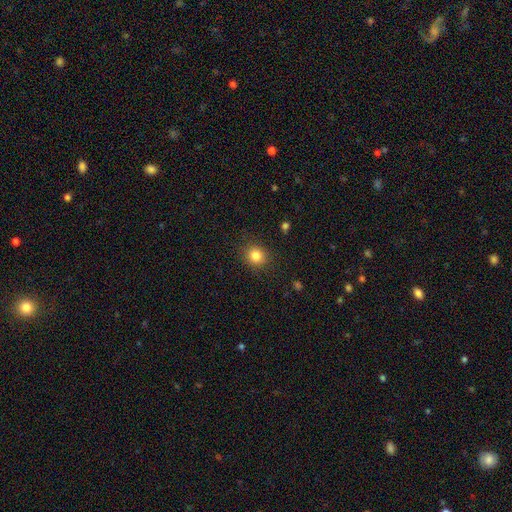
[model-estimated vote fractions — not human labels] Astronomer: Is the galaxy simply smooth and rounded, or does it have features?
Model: smooth — 83%.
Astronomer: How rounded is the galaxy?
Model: round — 83%.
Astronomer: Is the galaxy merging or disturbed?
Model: none — 88%.